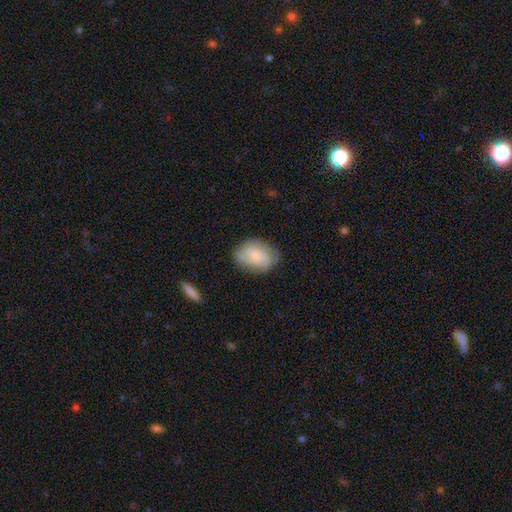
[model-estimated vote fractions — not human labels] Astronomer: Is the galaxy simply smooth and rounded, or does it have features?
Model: featured or disk — 46%, tied with smooth at 46%.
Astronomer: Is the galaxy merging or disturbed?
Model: none — 69%.